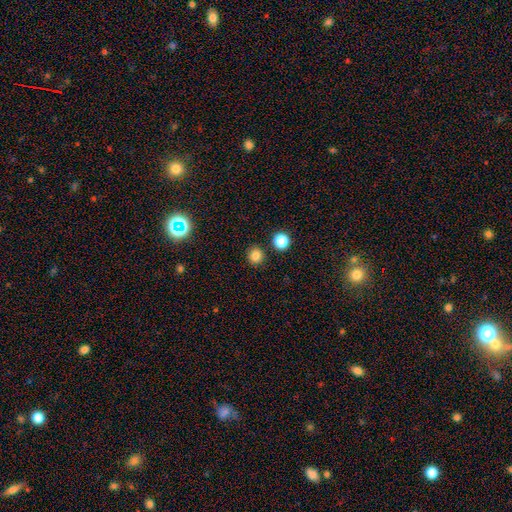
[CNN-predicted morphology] smooth-or-featured: smooth: 81% | star or artifact: 14% | featured or disk: 5%
  how-rounded: round: 90% | in between: 9% | cigar-shaped: 1%
  merging: none: 88% | minor disturbance: 6% | merger: 4% | major disturbance: 2%